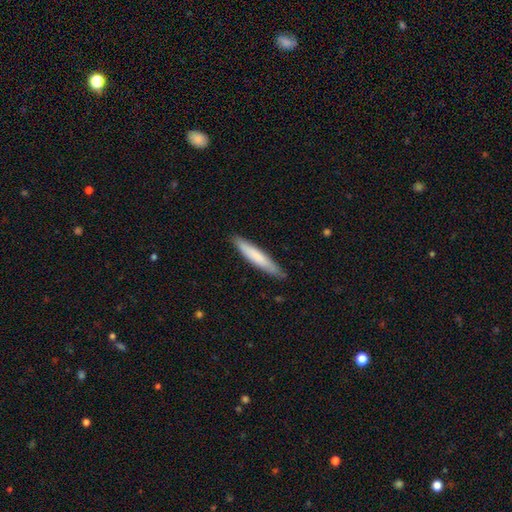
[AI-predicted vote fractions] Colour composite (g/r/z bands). It shows a smooth galaxy with no disk features (73%) that is cigar-shaped (92%). Merging: none (85%).